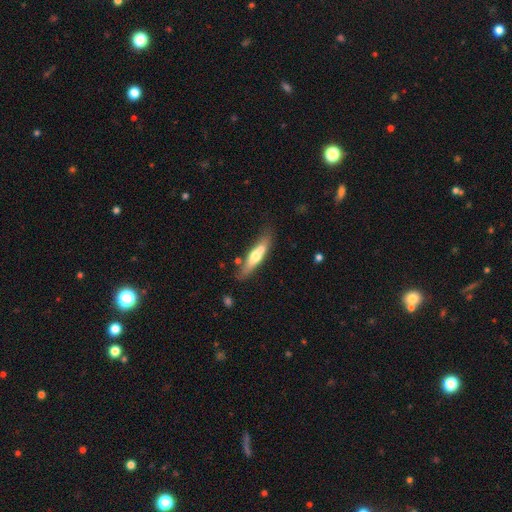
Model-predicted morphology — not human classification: The model was most divided on "smooth or featured": smooth: 49%, featured or disk: 45%, star or artifact: 6%. More confident: merging — none (68%).